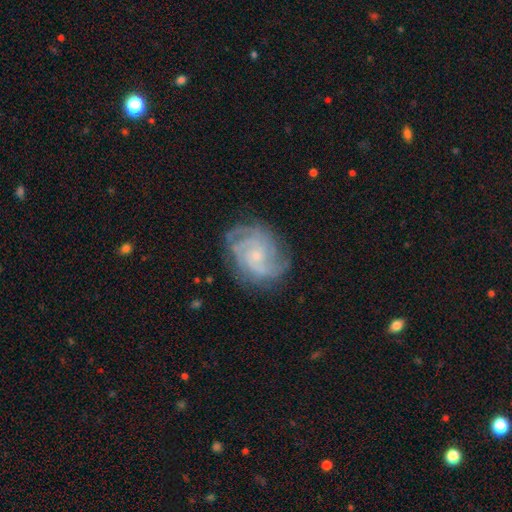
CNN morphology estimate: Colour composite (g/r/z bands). It shows a featured or disk galaxy (85%) with no bar (68%), 3 (25%, tied with can't tell) tight (59%) spiral arms (97%) and a small central bulge (71%). Merging: none (75%).